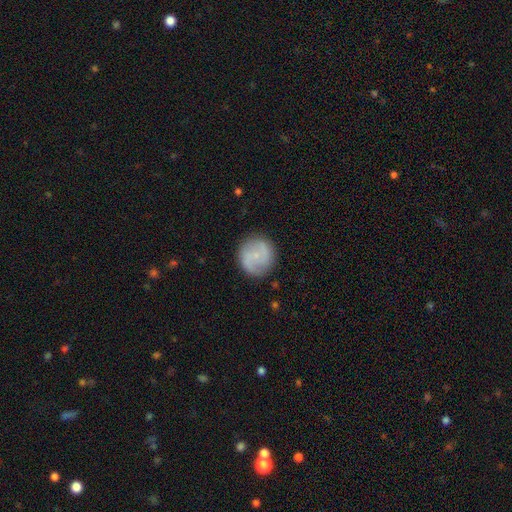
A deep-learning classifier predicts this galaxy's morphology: A featured or disk galaxy (48%).

Vote fractions:
- Smooth or featured? featured or disk: 48% / smooth: 45% / star or artifact: 7%
- Merging? none: 84% / minor disturbance: 11% / major disturbance: 3% / merger: 1%